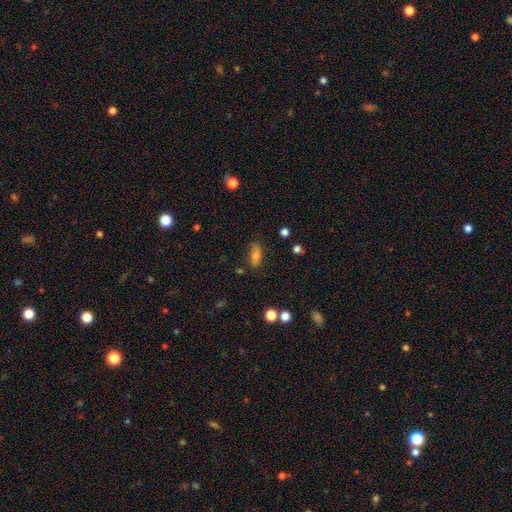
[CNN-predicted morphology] This appears to be a smooth galaxy with no disk features (71%) that is in between round and cigar-shaped (76%). Merging: none (70%).